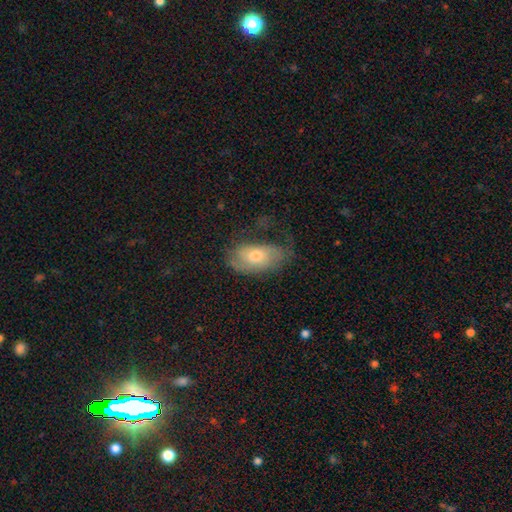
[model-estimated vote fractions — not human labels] A smooth galaxy with no disk features (59%) that is in between round and cigar-shaped (92%).

Vote fractions:
- Smooth or featured? smooth: 59% / featured or disk: 33% / star or artifact: 7%
- How rounded? in between: 92% / round: 5% / cigar-shaped: 3%
- Merging? none: 45% / minor disturbance: 31% / major disturbance: 22% / merger: 2%